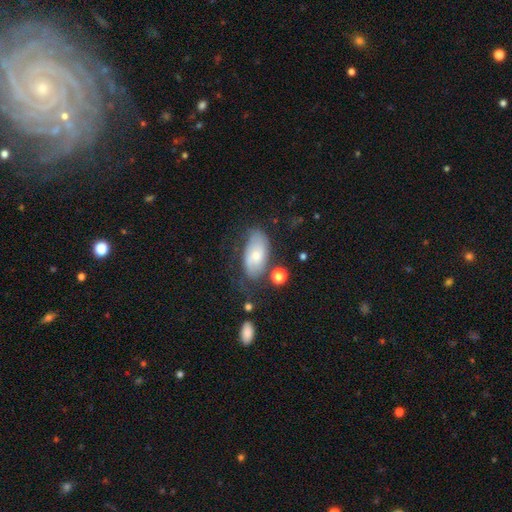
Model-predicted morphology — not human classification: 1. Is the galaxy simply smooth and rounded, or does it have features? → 52% smooth, 41% featured or disk, 7% star or artifact.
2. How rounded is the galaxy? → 92% in between, 5% round, 3% cigar-shaped.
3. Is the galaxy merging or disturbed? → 57% none, 25% minor disturbance, 13% major disturbance, 6% merger.